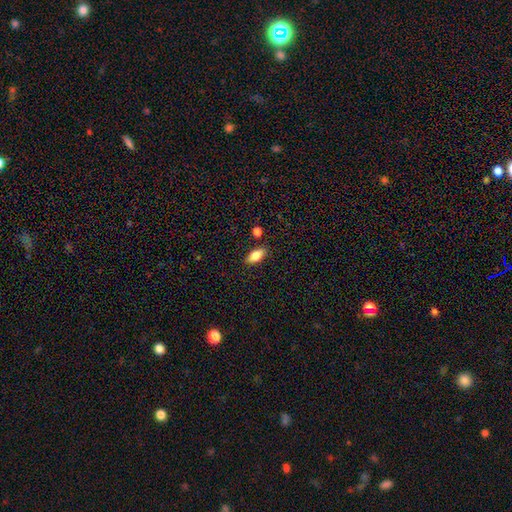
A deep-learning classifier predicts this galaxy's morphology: smooth-or-featured: smooth: 82% | featured or disk: 11% | star or artifact: 8%
  how-rounded: in between: 87% | cigar-shaped: 9% | round: 4%
  merging: none: 84% | minor disturbance: 11% | merger: 3% | major disturbance: 2%